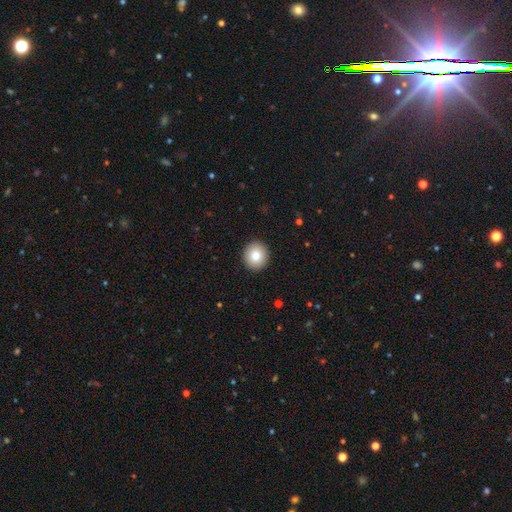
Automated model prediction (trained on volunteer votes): Smooth or featured? smooth (80%)
How rounded? round (89%)
Merging? none (93%)